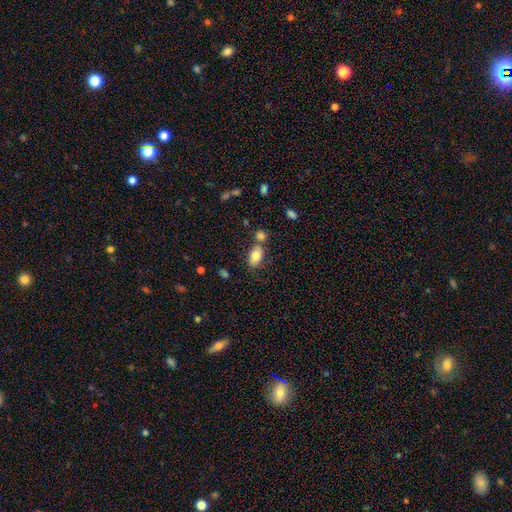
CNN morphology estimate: smooth 80%, featured or disk 12%, star or artifact 8%. Down the decision tree: how rounded — in between (91%); merging — none (62%).